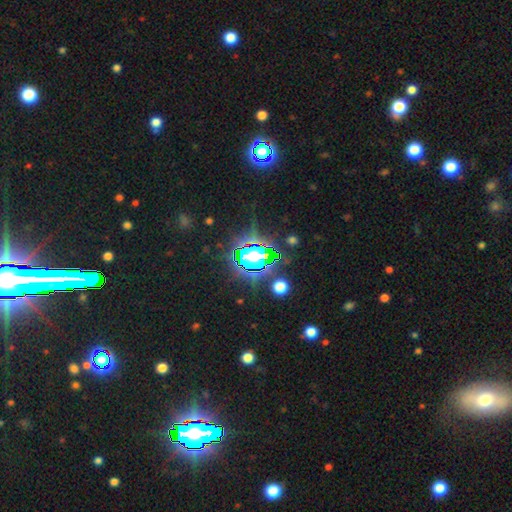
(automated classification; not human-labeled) smooth-or-featured: star or artifact: 69% | smooth: 19% | featured or disk: 12%